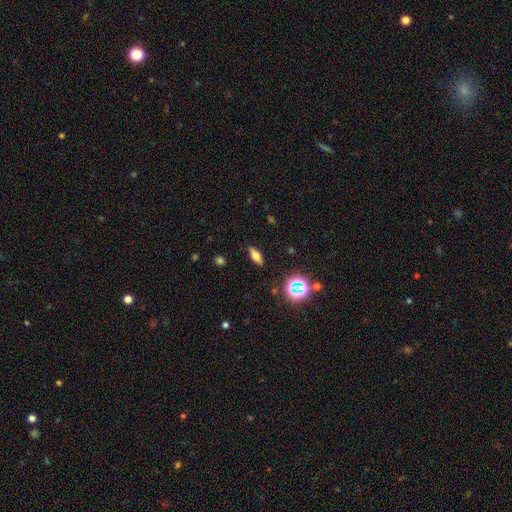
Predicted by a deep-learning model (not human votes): Smooth or featured?
  - smooth: 58% *
  - featured or disk: 25%
  - star or artifact: 16%
How rounded?
  - in between: 64% *
  - cigar-shaped: 29%
  - round: 7%
Merging?
  - none: 87% *
  - minor disturbance: 9%
  - major disturbance: 3%
  - merger: 1%